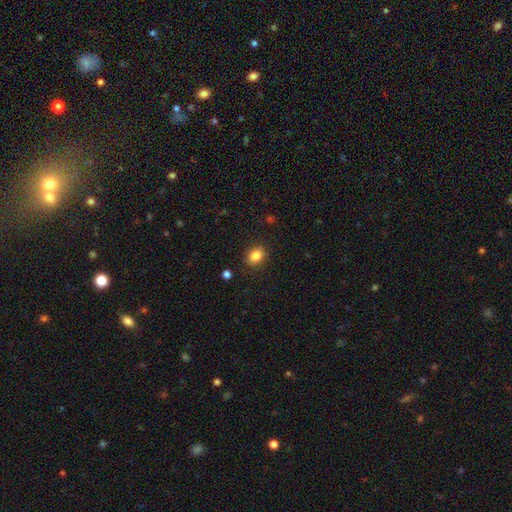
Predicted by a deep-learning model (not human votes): This appears to be a smooth galaxy with no disk features (85%) that is in between round and cigar-shaped (54%). Merging: none (88%).